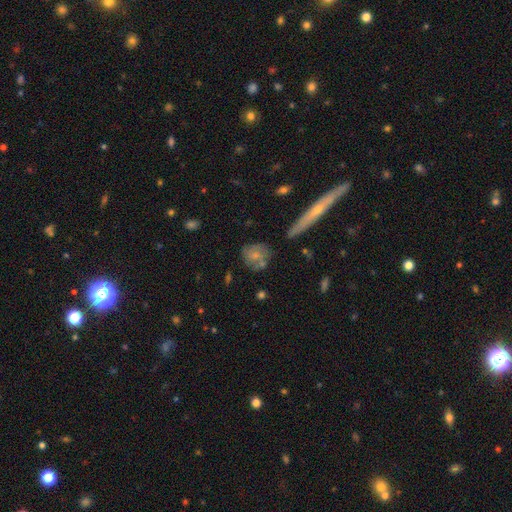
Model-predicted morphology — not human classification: smooth 62%, featured or disk 29%, star or artifact 9%. Down the decision tree: how rounded — round (70%); merging — none (60%).